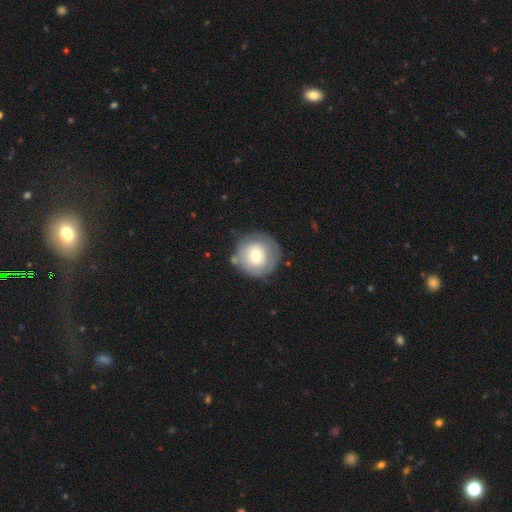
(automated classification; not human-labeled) Morphology: type=smooth (62%); roundness=round (94%); merging=none (73%).